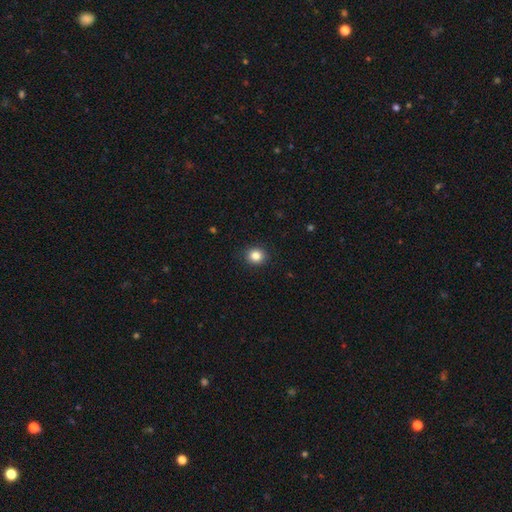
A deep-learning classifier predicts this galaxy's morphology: A smooth galaxy with no disk features (84%) that is round (84%).

Vote fractions:
- Smooth or featured? smooth: 84% / star or artifact: 11% / featured or disk: 5%
- How rounded? round: 84% / in between: 15% / cigar-shaped: 1%
- Merging? none: 91% / minor disturbance: 6% / major disturbance: 2% / merger: 1%